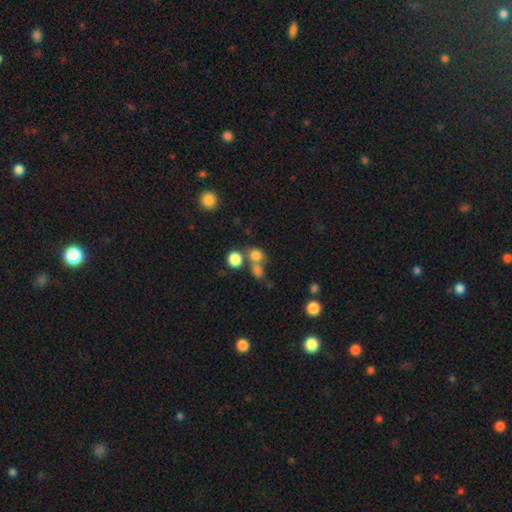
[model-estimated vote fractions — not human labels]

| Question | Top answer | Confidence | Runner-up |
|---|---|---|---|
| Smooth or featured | smooth | 76% | star or artifact (15%) |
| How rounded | round | 75% | in between (23%) |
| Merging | none | 47% | merger (38%) |